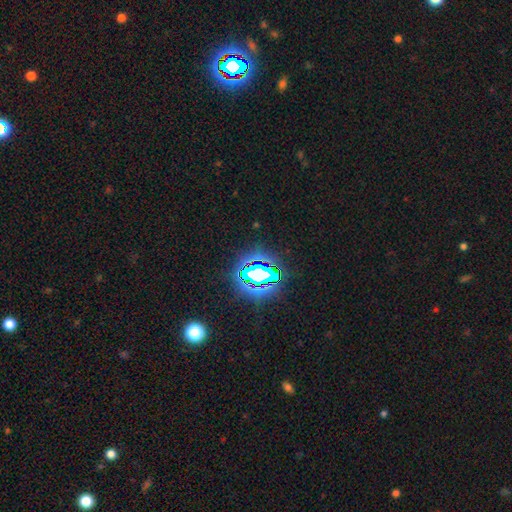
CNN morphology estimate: Q: Smooth or featured?
A: star or artifact (80%); runner-up: smooth (13%)